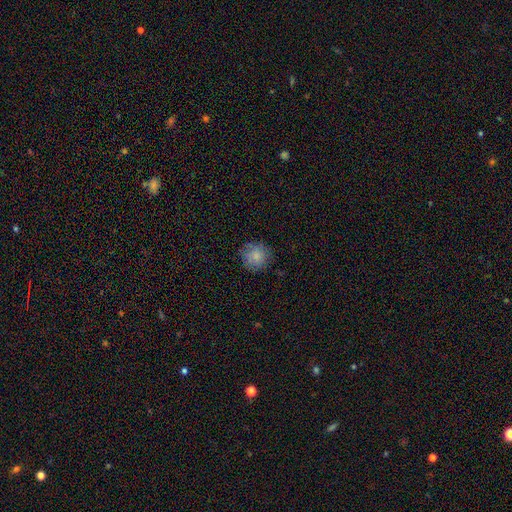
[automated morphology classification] Overall: smooth (82%). How rounded: round (91%). Merging: none (80%).